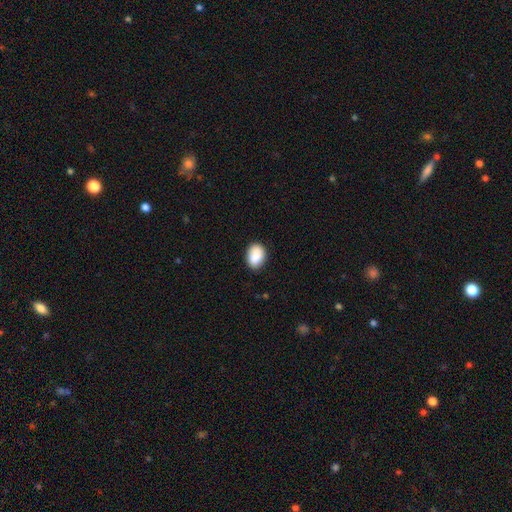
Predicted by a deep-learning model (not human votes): This is clearly a smooth galaxy (89%). How rounded: likely in between (79%). Merging: clearly none (84%).